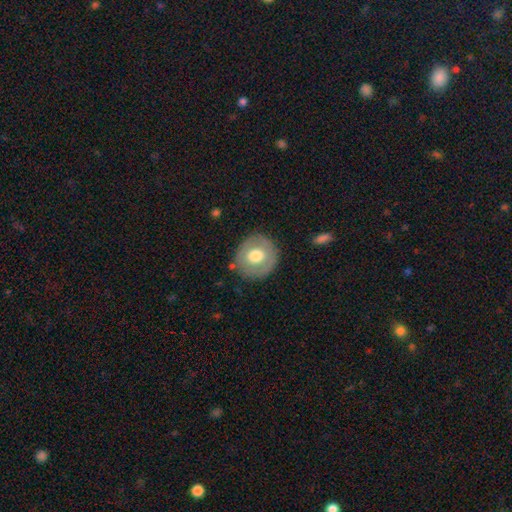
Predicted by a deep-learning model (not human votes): Overall: smooth (58%; featured or disk 36%). How rounded: round (89%). Merging: none (83%).